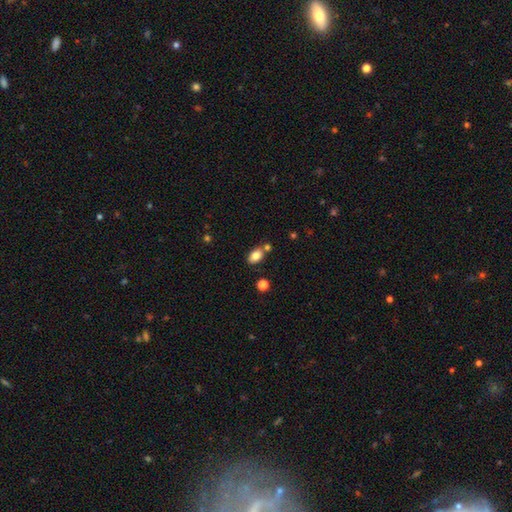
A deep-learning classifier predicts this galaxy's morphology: Smooth or featured? smooth (81%)
How rounded? in between (88%)
Merging? none (69%)